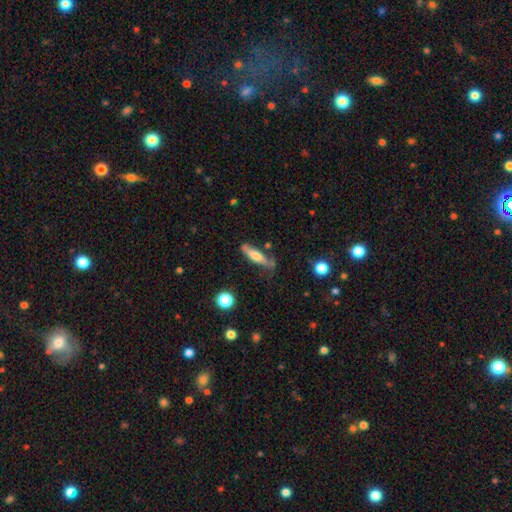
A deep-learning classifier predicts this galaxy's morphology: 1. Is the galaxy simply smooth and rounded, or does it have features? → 51% smooth, 42% featured or disk, 7% star or artifact.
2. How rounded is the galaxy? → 74% cigar-shaped, 24% in between, 2% round.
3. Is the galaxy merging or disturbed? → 59% none, 27% minor disturbance, 8% major disturbance, 6% merger.